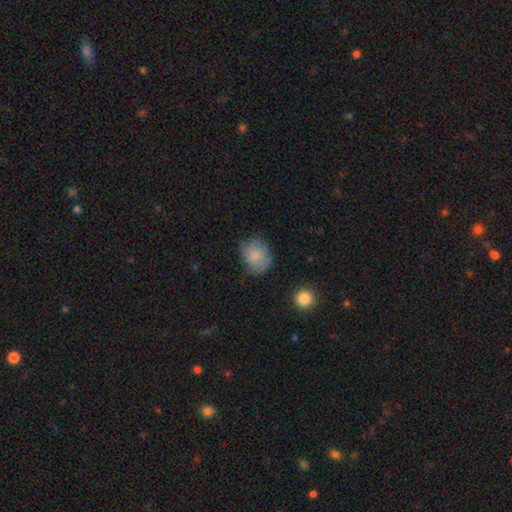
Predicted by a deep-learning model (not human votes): This appears to be a smooth galaxy with no disk features (78%) that is round (57%). Merging: none (59%).